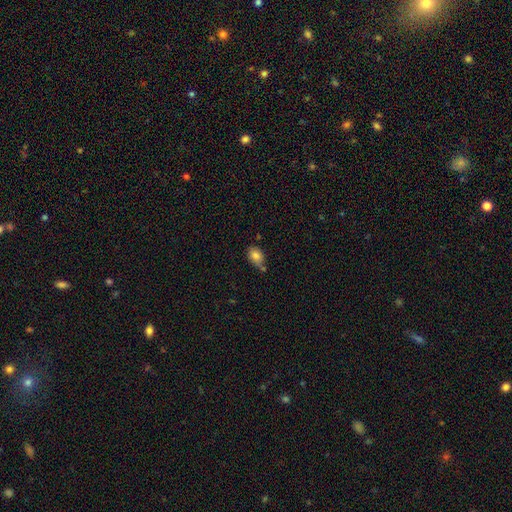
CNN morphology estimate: Smooth or featured?
  - smooth: 81% *
  - featured or disk: 10%
  - star or artifact: 9%
How rounded?
  - in between: 76% *
  - round: 23%
  - cigar-shaped: 1%
Merging?
  - none: 58% *
  - minor disturbance: 24%
  - merger: 13%
  - major disturbance: 5%